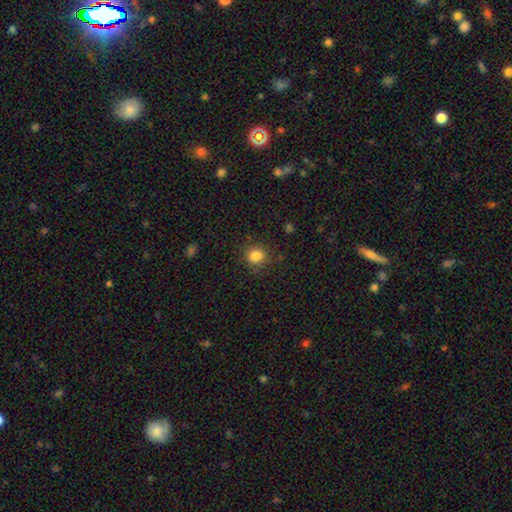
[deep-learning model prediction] A smooth galaxy with no disk features (84%) that is round (85%).

Vote fractions:
- Smooth or featured? smooth: 84% / star or artifact: 11% / featured or disk: 4%
- How rounded? round: 85% / in between: 14% / cigar-shaped: 1%
- Merging? none: 86% / minor disturbance: 9% / major disturbance: 4% / merger: 2%